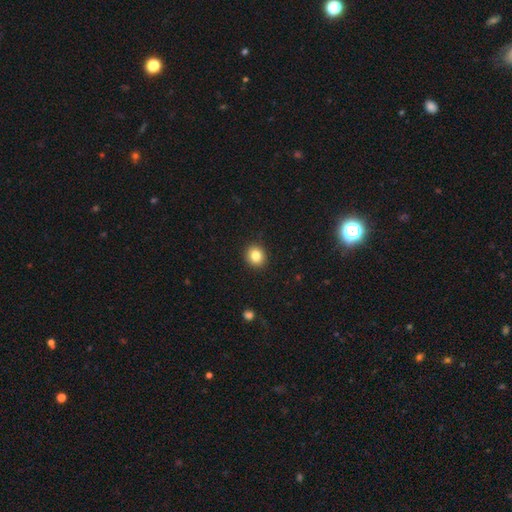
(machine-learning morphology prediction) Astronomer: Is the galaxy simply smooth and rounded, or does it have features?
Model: smooth — 83%.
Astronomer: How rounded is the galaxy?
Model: round — 82%.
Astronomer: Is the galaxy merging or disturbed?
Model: none — 92%.